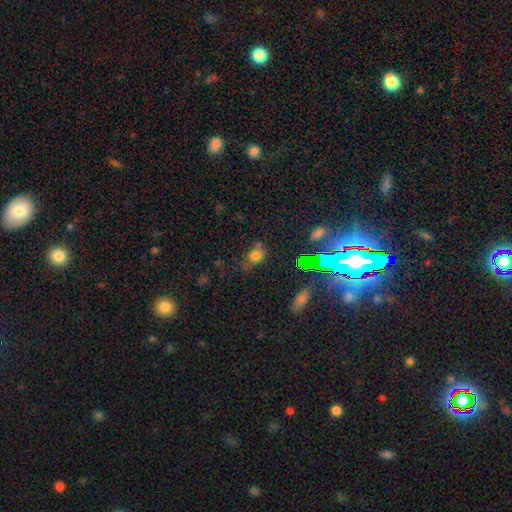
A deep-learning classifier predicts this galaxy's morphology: This is likely a smooth galaxy (69%). How rounded: possibly in between (50%). Merging: possibly none (55%).